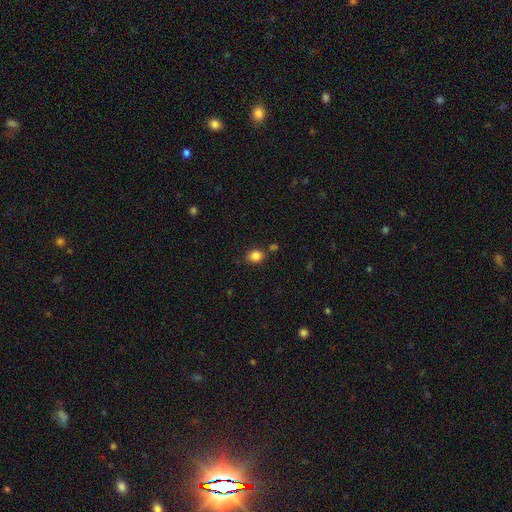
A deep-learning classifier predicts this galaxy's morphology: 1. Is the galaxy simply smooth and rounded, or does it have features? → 84% smooth, 11% star or artifact, 5% featured or disk.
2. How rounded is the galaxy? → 56% in between, 43% round, 1% cigar-shaped.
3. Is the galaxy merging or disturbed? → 78% none, 12% minor disturbance, 6% merger, 3% major disturbance.